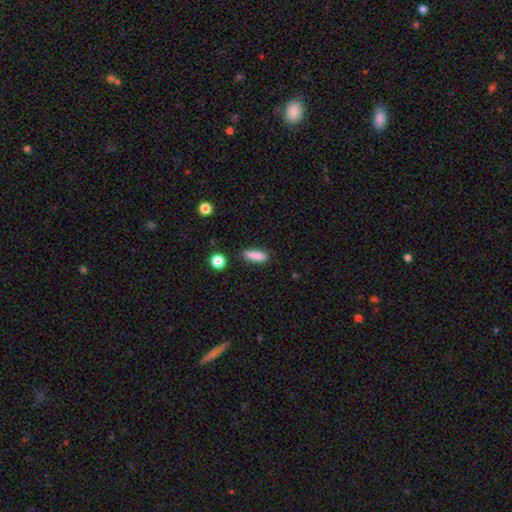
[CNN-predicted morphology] Smooth or featured?
  - smooth: 86% *
  - star or artifact: 8%
  - featured or disk: 6%
How rounded?
  - in between: 49% *
  - cigar-shaped: 47%
  - round: 3%
Merging?
  - none: 77% *
  - minor disturbance: 16%
  - major disturbance: 4%
  - merger: 3%